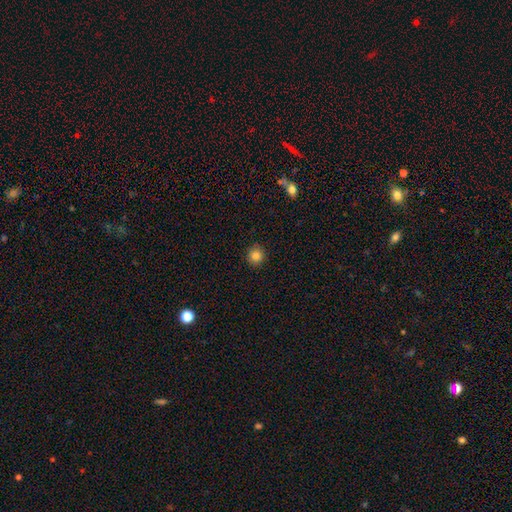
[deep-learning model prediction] Morphology: type=smooth (83%); roundness=round (93%); merging=none (92%).